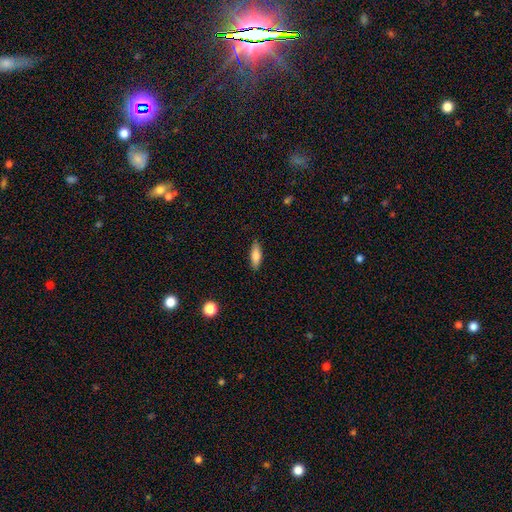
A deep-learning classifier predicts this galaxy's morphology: Smooth or featured? Predicted: smooth (p=0.80). How rounded? Predicted: in between (p=0.55). Merging? Predicted: none (p=0.87).